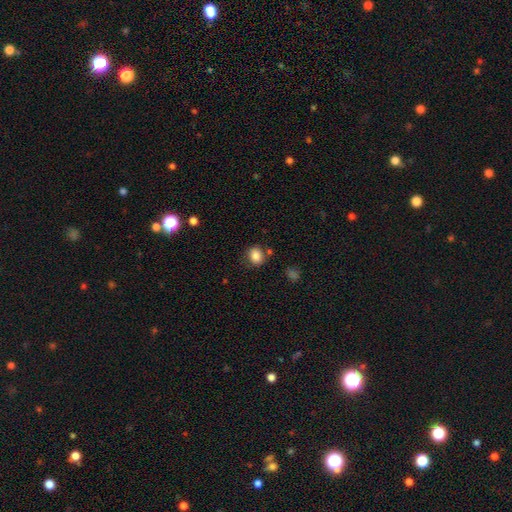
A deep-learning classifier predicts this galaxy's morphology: A smooth galaxy with no disk features (84%) that is round (62%).

Vote fractions:
- Smooth or featured? smooth: 84% / star or artifact: 10% / featured or disk: 6%
- How rounded? round: 62% / in between: 37% / cigar-shaped: 1%
- Merging? none: 77% / minor disturbance: 13% / merger: 6% / major disturbance: 4%